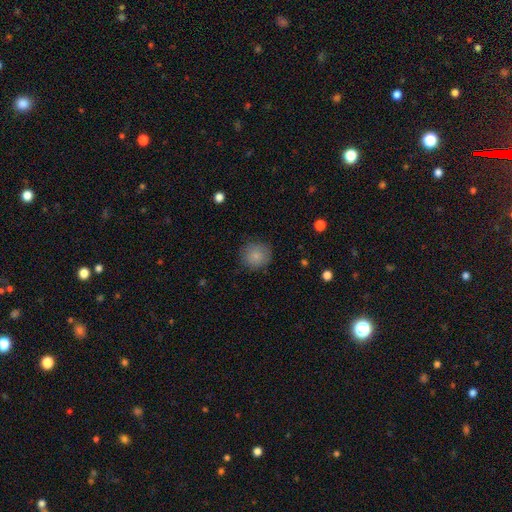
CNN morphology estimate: smooth 85%, star or artifact 8%, featured or disk 7%. Down the decision tree: how rounded — round (89%); merging — none (83%).